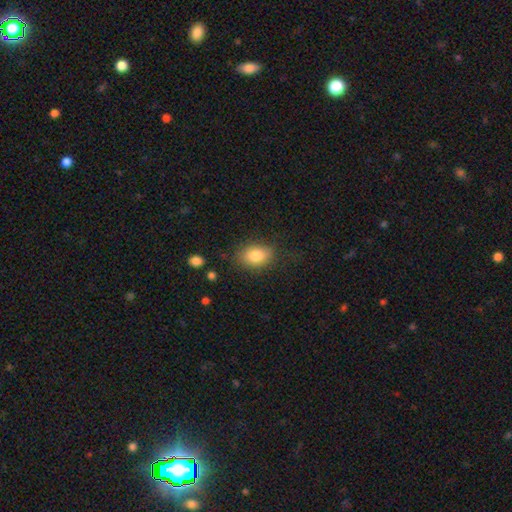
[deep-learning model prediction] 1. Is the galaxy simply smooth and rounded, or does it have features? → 83% smooth, 9% featured or disk, 8% star or artifact.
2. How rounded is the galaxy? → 77% in between, 22% round, 1% cigar-shaped.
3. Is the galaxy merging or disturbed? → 78% none, 15% minor disturbance, 5% major disturbance, 2% merger.